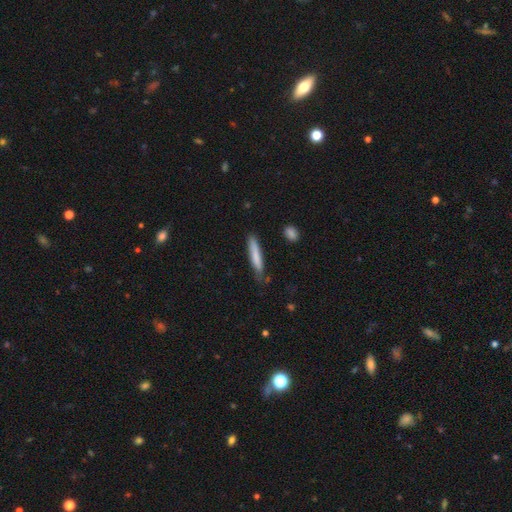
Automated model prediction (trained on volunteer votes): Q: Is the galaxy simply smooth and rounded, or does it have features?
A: smooth — 78%.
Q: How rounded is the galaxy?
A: cigar-shaped — 91%.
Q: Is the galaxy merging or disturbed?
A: none — 74%.